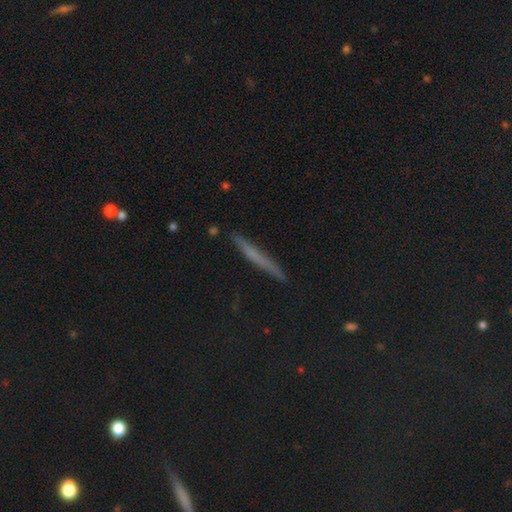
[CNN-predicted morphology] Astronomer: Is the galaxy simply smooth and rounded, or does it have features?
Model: smooth — 49% (runner-up: featured or disk, 37%).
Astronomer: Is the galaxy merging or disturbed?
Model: none — 87%.